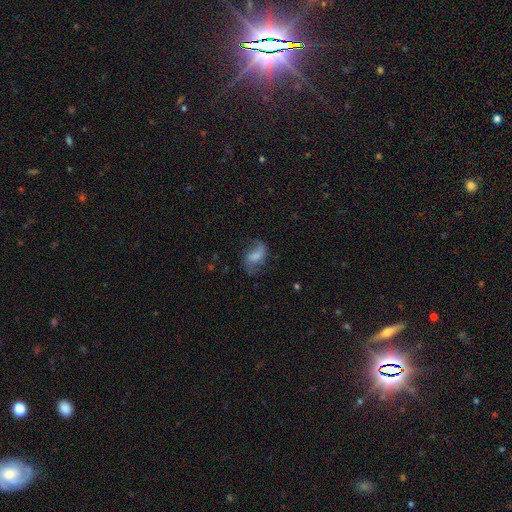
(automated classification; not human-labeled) Q: Smooth or featured?
A: featured or disk (50%); runner-up: smooth (40%)
Q: Edge-on disk?
A: no (96%); runner-up: yes (4%)
Q: Merging?
A: none (50%); runner-up: minor disturbance (24%)